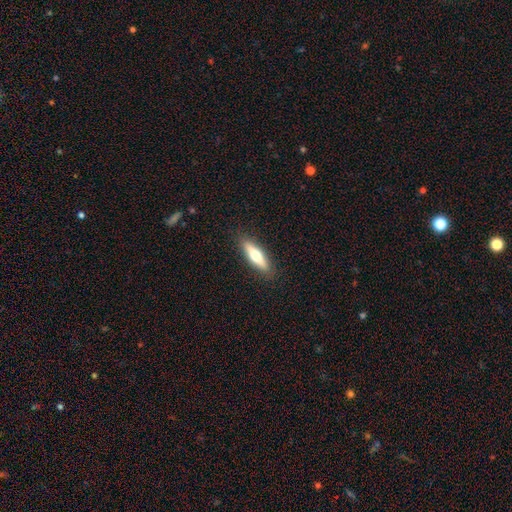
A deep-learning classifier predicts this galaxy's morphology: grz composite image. It shows a smooth galaxy with no disk features (55%) that is cigar-shaped (64%). Merging: none (89%).